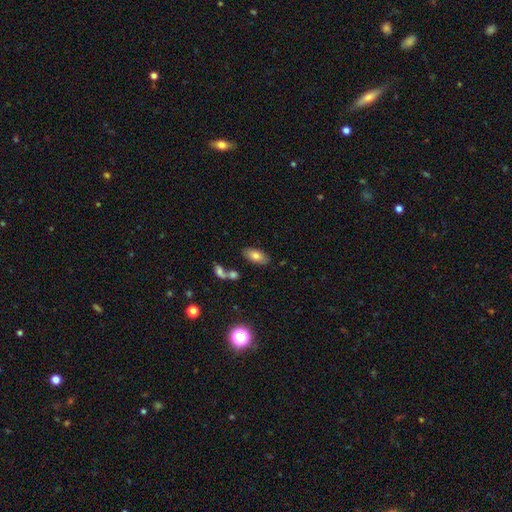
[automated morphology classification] The model was most divided on "smooth or featured": smooth: 78%, featured or disk: 14%, star or artifact: 8%. More confident: how rounded — in between (91%); merging — none (76%).